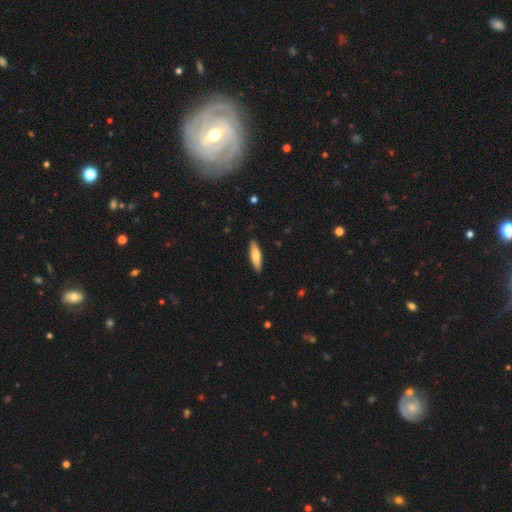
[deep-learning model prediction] A smooth galaxy with no disk features (68%) that is cigar-shaped (70%).

Vote fractions:
- Smooth or featured? smooth: 68% / featured or disk: 26% / star or artifact: 5%
- How rounded? cigar-shaped: 70% / in between: 28% / round: 2%
- Merging? none: 89% / minor disturbance: 9% / major disturbance: 2% / merger: 1%